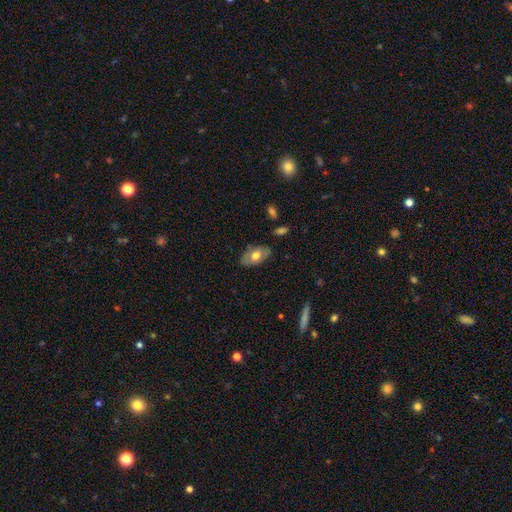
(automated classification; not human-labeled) This appears to be a smooth galaxy with no disk features (63%) that is in between round and cigar-shaped (92%). Merging: none (79%).